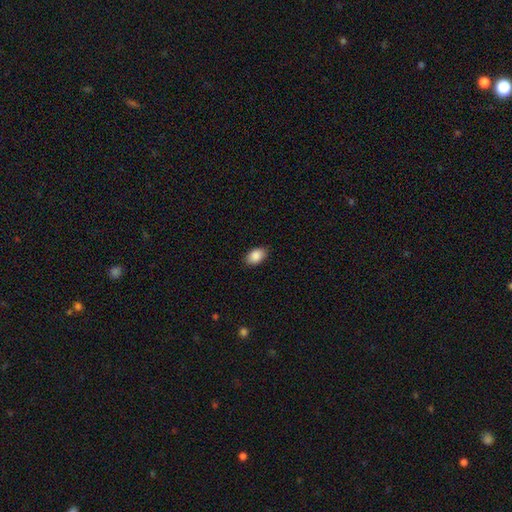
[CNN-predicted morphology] Overall: smooth (89%). How rounded: in between (88%). Merging: none (87%).